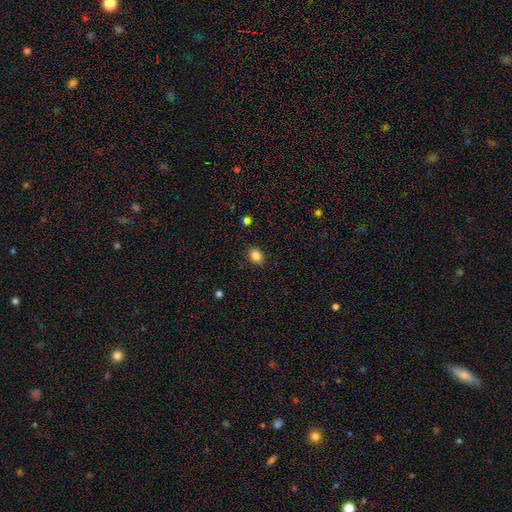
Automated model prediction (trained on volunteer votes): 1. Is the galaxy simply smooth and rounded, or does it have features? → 83% smooth, 10% star or artifact, 6% featured or disk.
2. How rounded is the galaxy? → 71% in between, 28% round, 1% cigar-shaped.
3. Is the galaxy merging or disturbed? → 88% none, 9% minor disturbance, 2% major disturbance, 1% merger.